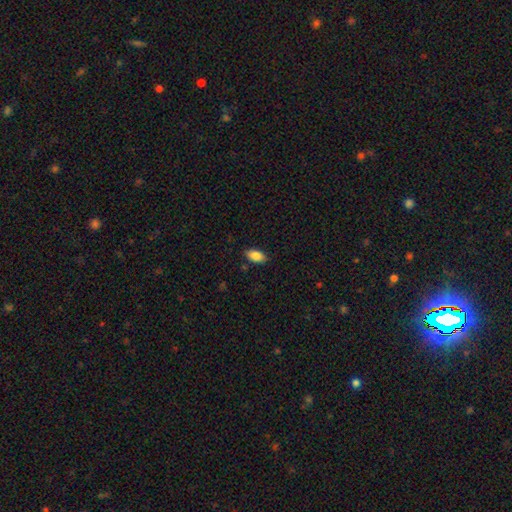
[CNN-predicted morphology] Smooth or featured? Predicted: smooth (p=0.85). How rounded? Predicted: in between (p=0.92). Merging? Predicted: none (p=0.86).